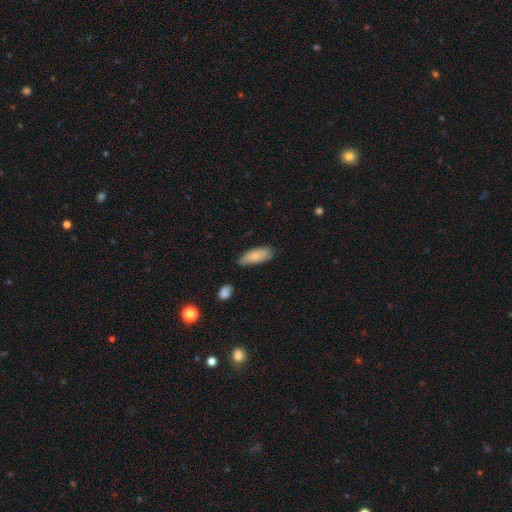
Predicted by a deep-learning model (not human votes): This appears to be a smooth galaxy with no disk features (81%) that is in between round and cigar-shaped (78%). Merging: none (67%).